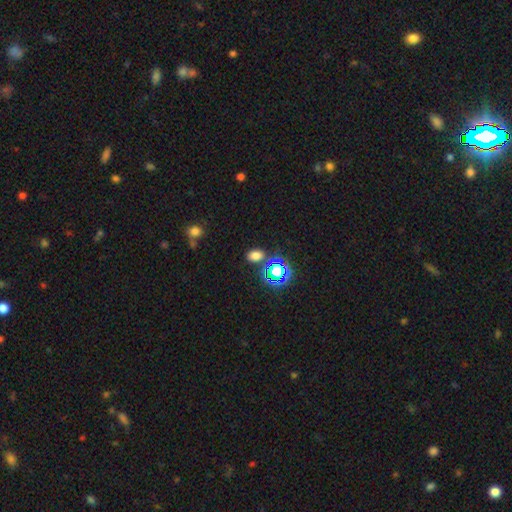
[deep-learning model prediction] smooth-or-featured: smooth: 66% | star or artifact: 28% | featured or disk: 6%
  how-rounded: in between: 77% | round: 21% | cigar-shaped: 2%
  merging: none: 81% | minor disturbance: 10% | merger: 6% | major disturbance: 3%